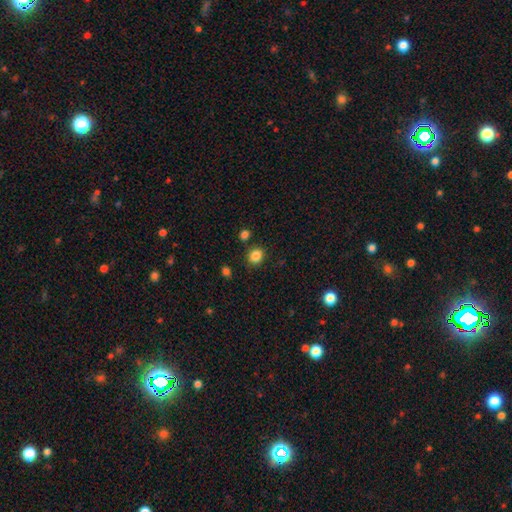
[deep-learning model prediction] A smooth galaxy with no disk features (85%) that is round (79%). Merging: none (85%).